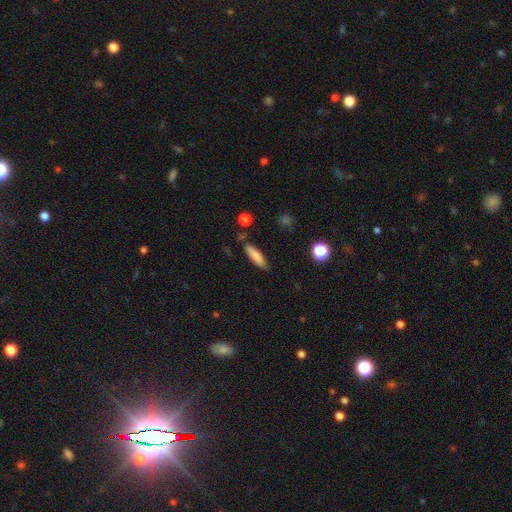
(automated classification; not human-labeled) Smooth or featured? smooth (80%)
How rounded? cigar-shaped (68%)
Merging? none (80%)